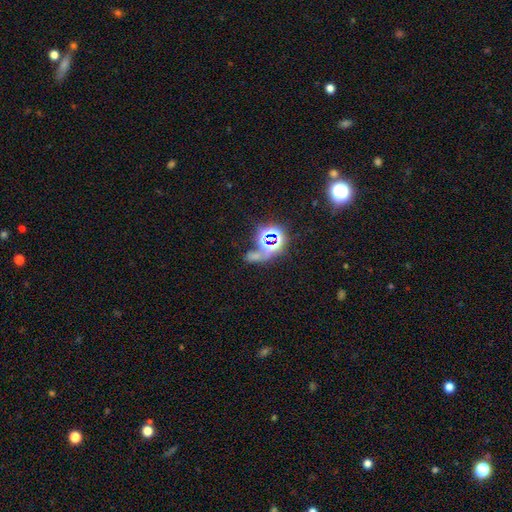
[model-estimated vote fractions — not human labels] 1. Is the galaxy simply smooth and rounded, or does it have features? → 67% star or artifact, 19% smooth, 14% featured or disk.